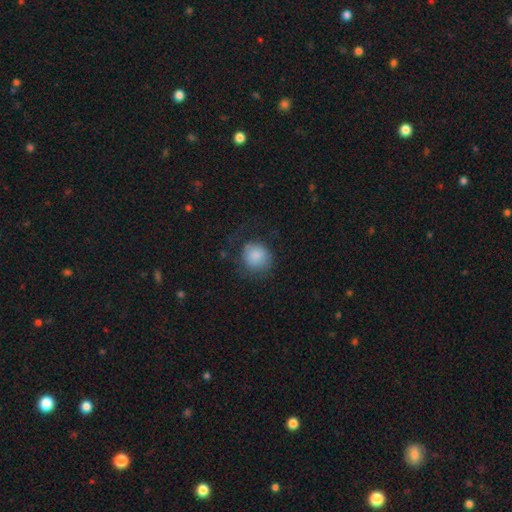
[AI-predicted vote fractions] A smooth galaxy with no disk features (83%) that is round (87%). Merging: none (60%).